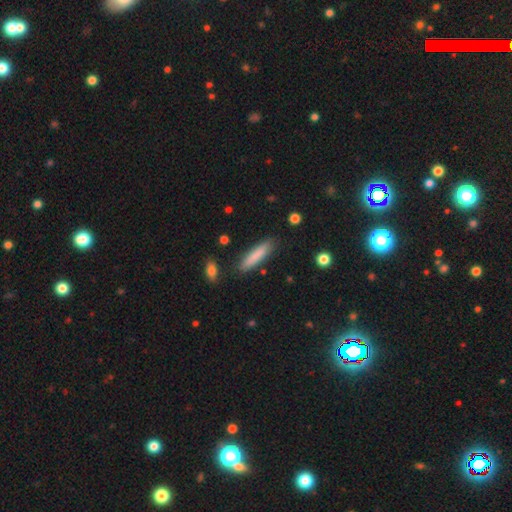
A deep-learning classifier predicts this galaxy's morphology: This appears to be a smooth galaxy with no disk features (82%) that is cigar-shaped (83%). Merging: none (85%).